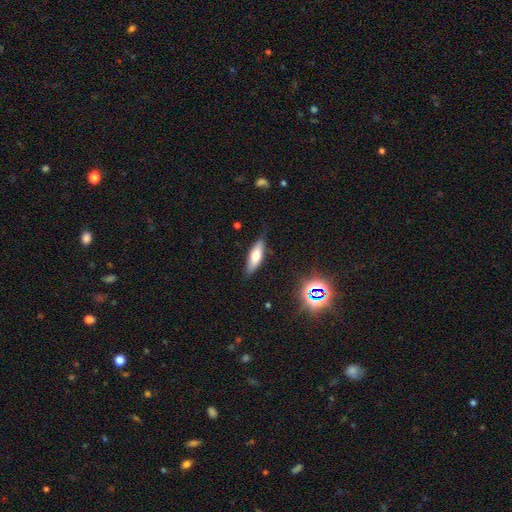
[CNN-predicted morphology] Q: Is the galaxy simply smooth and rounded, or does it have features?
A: smooth — 66%.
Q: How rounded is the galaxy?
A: in between — 54%.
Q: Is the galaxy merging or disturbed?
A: none — 81%.